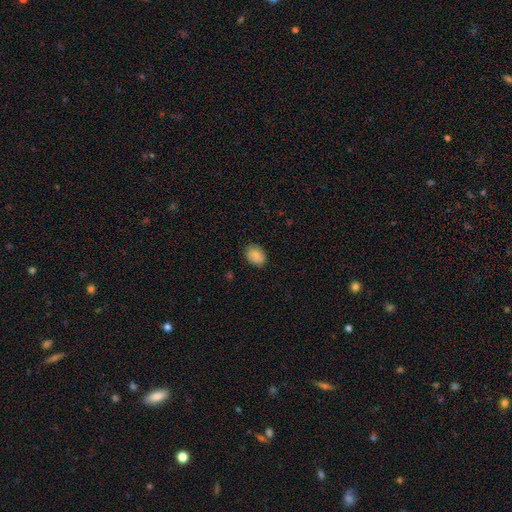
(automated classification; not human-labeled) A smooth galaxy with no disk features (81%) that is in between round and cigar-shaped (69%). Merging: none (82%).